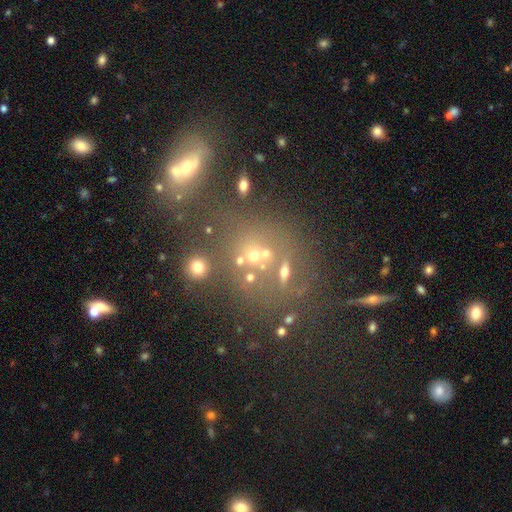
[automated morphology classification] A smooth galaxy with no disk features (43%). Merging: none (48%).